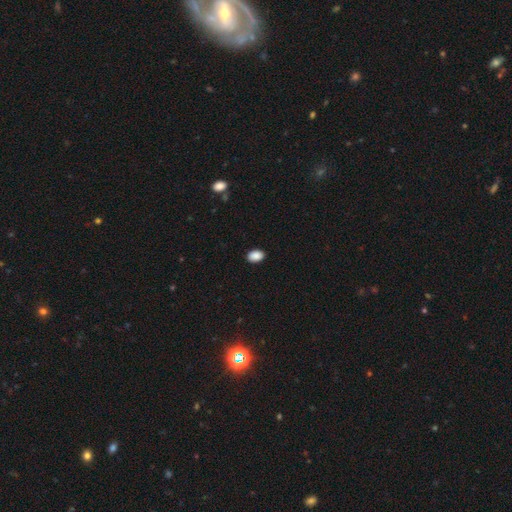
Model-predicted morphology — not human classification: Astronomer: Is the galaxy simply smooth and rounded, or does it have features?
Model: smooth — 89%.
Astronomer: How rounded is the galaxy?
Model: in between — 85%.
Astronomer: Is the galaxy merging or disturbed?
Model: none — 89%.